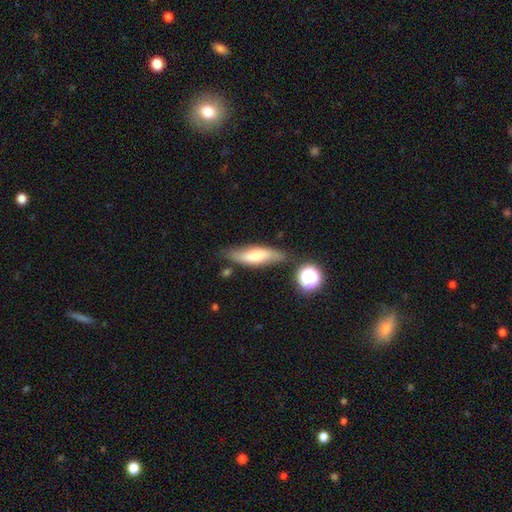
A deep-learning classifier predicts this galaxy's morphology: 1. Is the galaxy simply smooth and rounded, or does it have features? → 62% smooth, 30% featured or disk, 8% star or artifact.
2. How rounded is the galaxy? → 55% cigar-shaped, 42% in between, 3% round.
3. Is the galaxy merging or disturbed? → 67% none, 21% minor disturbance, 7% merger, 6% major disturbance.